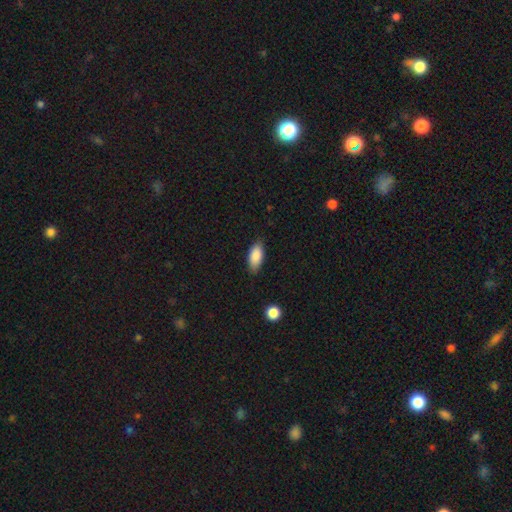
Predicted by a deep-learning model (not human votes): smooth-or-featured: smooth: 87% | featured or disk: 7% | star or artifact: 7%
  how-rounded: in between: 89% | cigar-shaped: 9% | round: 3%
  merging: none: 81% | minor disturbance: 15% | major disturbance: 3% | merger: 1%